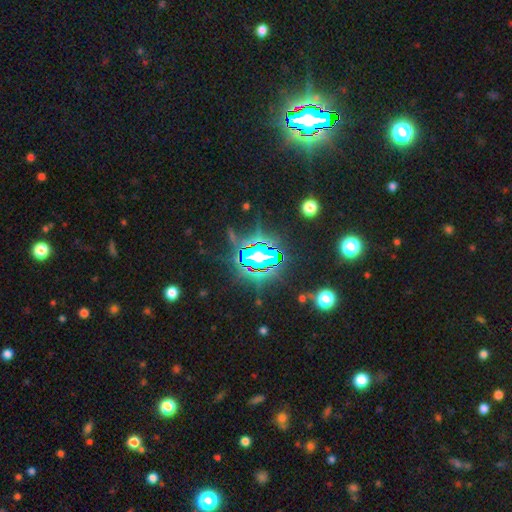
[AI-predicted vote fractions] Smooth or featured: star or artifact — 75% (featured or disk — 13%)